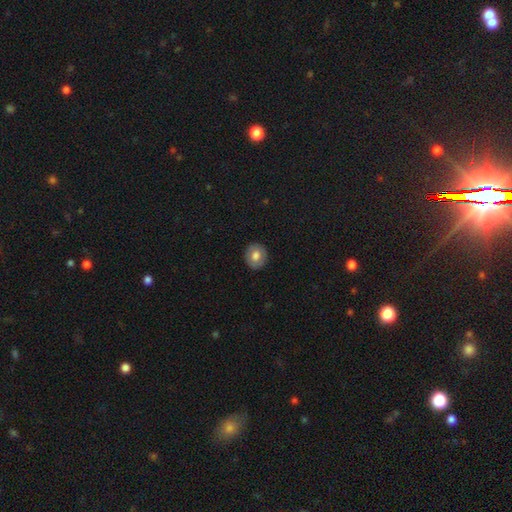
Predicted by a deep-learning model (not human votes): smooth_or_featured: smooth (p=0.75) [alt: featured or disk p=0.17]
how_rounded: round (p=0.82) [alt: in between p=0.17]
merging: none (p=0.90) [alt: minor disturbance p=0.07]